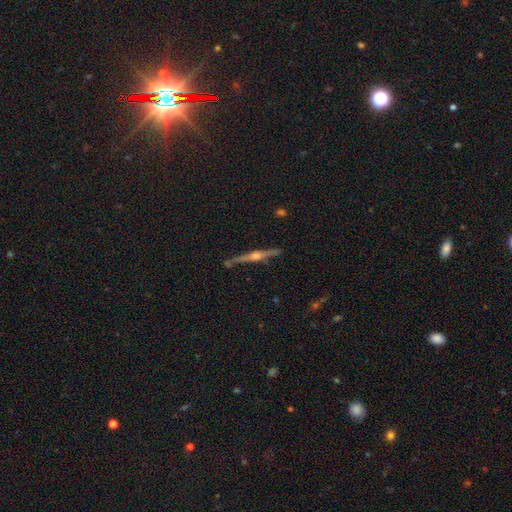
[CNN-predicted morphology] featured or disk 85%, smooth 9%, star or artifact 6%. Down the decision tree: edge-on disk — yes (98%); edge-on bulge — rounded (90%); merging — none (87%).